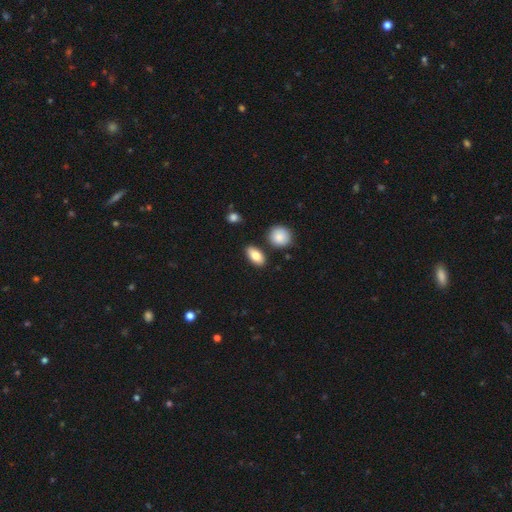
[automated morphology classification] smooth-or-featured: smooth: 82% | featured or disk: 11% | star or artifact: 7%
  how-rounded: in between: 88% | cigar-shaped: 7% | round: 6%
  merging: none: 83% | minor disturbance: 9% | merger: 5% | major disturbance: 2%